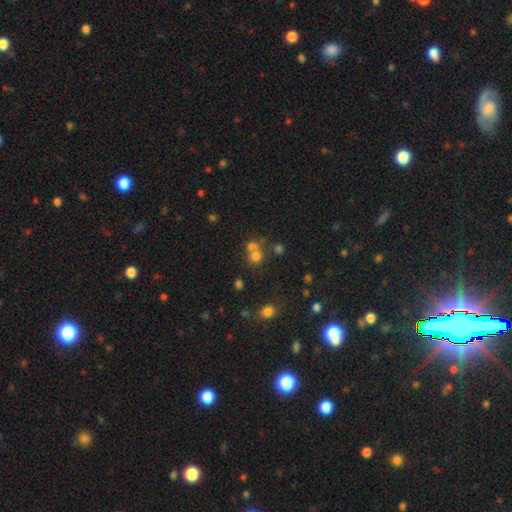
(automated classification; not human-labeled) Smooth or featured? Predicted: smooth (p=0.67). How rounded? Predicted: round (p=0.83). Merging? Predicted: none (p=0.48).